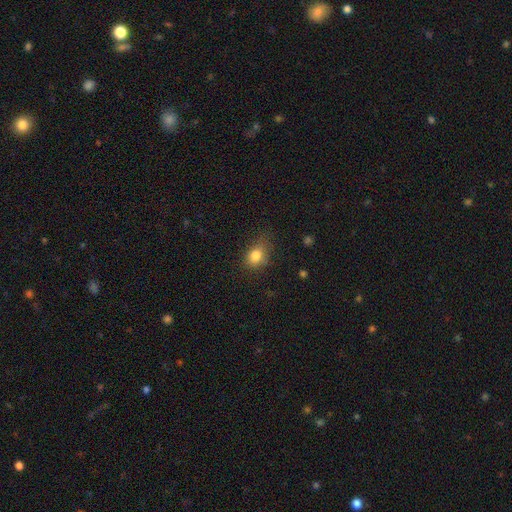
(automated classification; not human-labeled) A smooth galaxy with no disk features (82%) that is in between round and cigar-shaped (59%).

Vote fractions:
- Smooth or featured? smooth: 82% / star or artifact: 11% / featured or disk: 8%
- How rounded? in between: 59% / round: 39% / cigar-shaped: 2%
- Merging? none: 63% / minor disturbance: 27% / major disturbance: 9% / merger: 2%